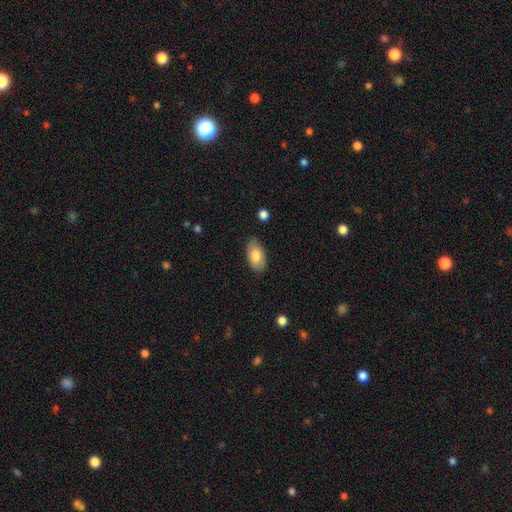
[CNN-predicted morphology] A smooth galaxy with no disk features (79%) that is in between round and cigar-shaped (94%).

Vote fractions:
- Smooth or featured? smooth: 79% / featured or disk: 15% / star or artifact: 6%
- How rounded? in between: 94% / round: 4% / cigar-shaped: 2%
- Merging? none: 82% / minor disturbance: 14% / major disturbance: 2% / merger: 1%